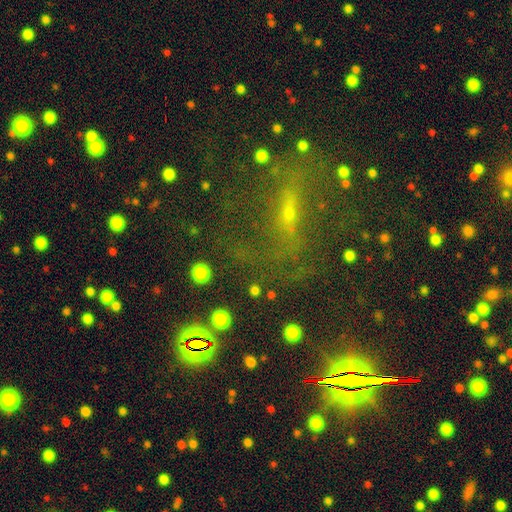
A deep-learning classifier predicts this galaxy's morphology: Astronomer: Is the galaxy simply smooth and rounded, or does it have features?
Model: star or artifact — 40% (runner-up: featured or disk, 38%).